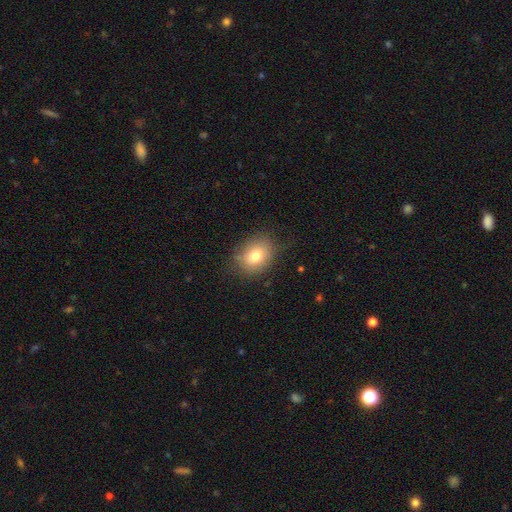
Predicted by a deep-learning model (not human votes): Overall: smooth (77%). How rounded: in between (57%; round 42%). Merging: none (79%).